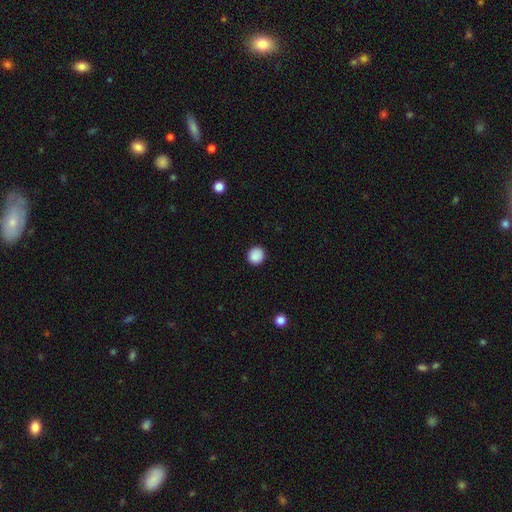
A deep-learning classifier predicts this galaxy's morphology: A smooth galaxy with no disk features (88%) that is round (91%).

Vote fractions:
- Smooth or featured? smooth: 88% / star or artifact: 9% / featured or disk: 3%
- How rounded? round: 91% / in between: 8% / cigar-shaped: 1%
- Merging? none: 91% / minor disturbance: 6% / major disturbance: 2% / merger: 1%